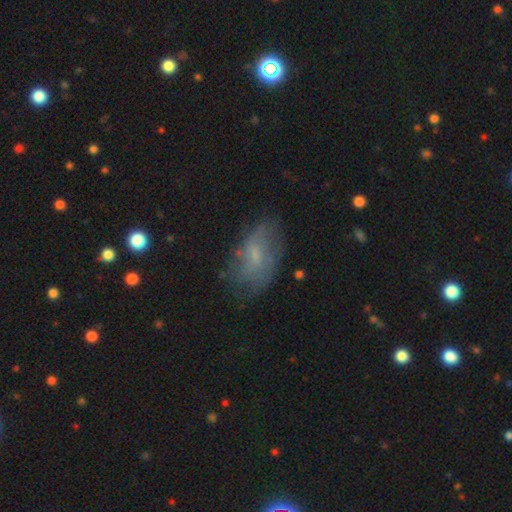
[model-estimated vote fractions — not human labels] This is possibly a smooth galaxy (49%). Merging: likely none (60%).